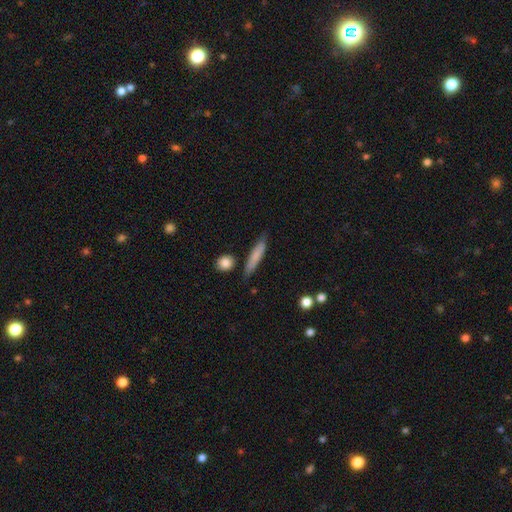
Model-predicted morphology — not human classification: The model was most divided on "smooth or featured": smooth: 75%, featured or disk: 19%, star or artifact: 6%. More confident: how rounded — cigar-shaped (86%); merging — none (79%).